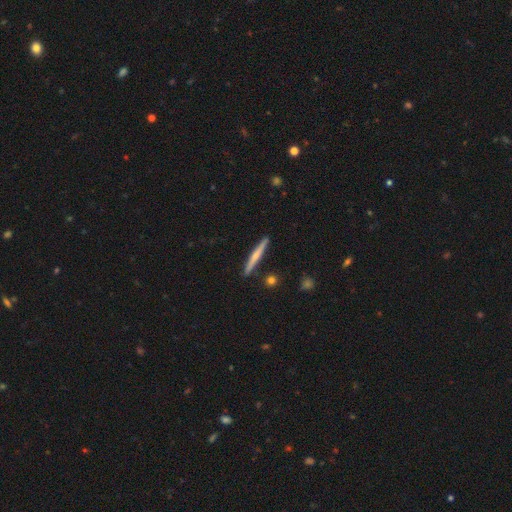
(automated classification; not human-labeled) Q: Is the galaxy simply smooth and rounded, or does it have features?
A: featured or disk — 49%.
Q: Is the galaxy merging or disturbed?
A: none — 89%.